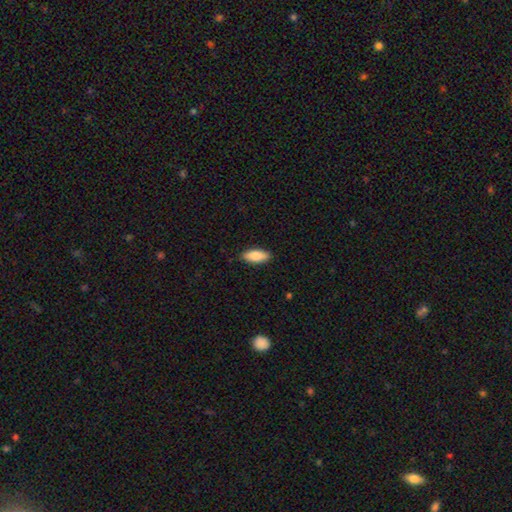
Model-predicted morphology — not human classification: smooth 84%, featured or disk 11%, star or artifact 6%. Down the decision tree: how rounded — in between (81%); merging — none (88%).